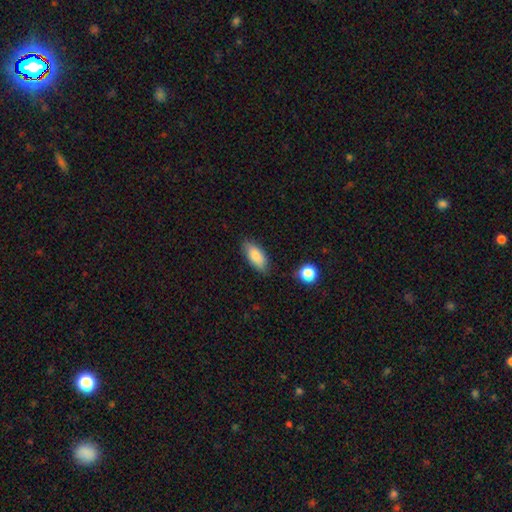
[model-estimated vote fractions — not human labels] Overall: smooth (83%). How rounded: in between (87%). Merging: none (78%).